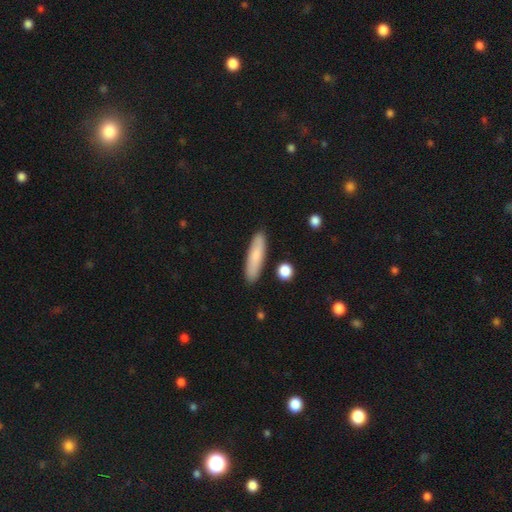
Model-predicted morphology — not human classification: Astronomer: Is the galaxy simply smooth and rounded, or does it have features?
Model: smooth — 79%.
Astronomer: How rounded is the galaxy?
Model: cigar-shaped — 74%.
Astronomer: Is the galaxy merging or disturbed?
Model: none — 88%.